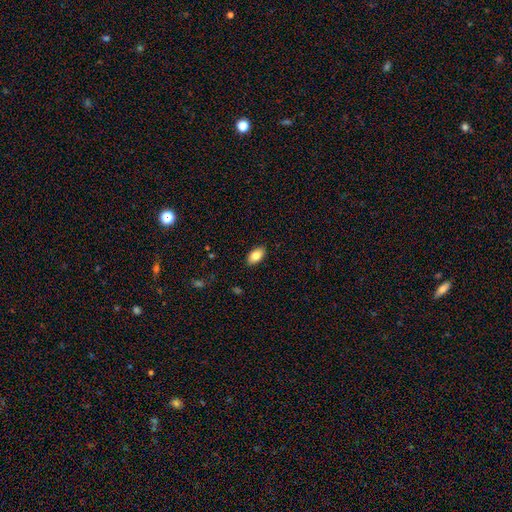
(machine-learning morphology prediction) A smooth galaxy with no disk features (84%) that is in between round and cigar-shaped (93%). Merging: none (89%).